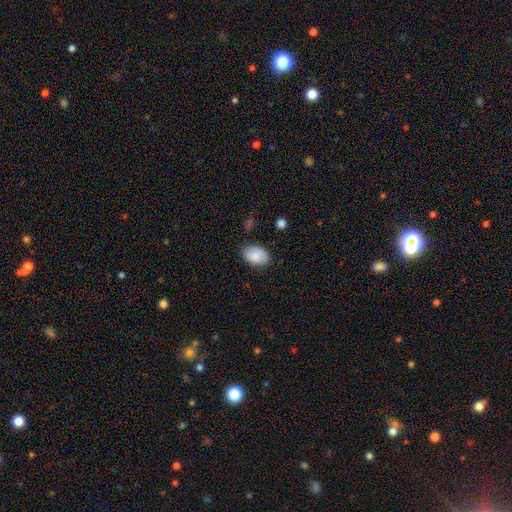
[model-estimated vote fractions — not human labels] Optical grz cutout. It shows a smooth galaxy with no disk features (80%) that is in between round and cigar-shaped (83%). Merging: none (76%).